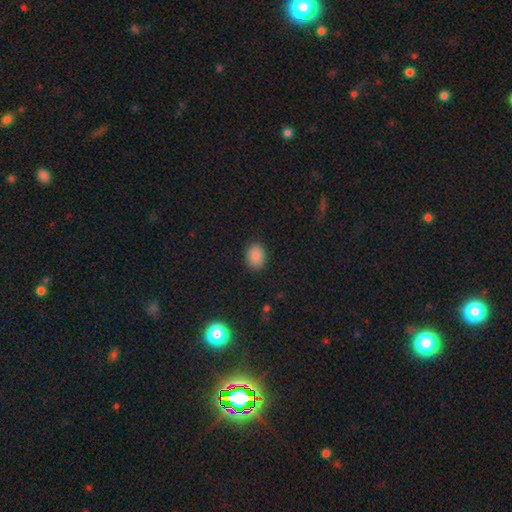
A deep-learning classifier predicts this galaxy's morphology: Smooth or featured? smooth (86%)
How rounded? in between (58%)
Merging? none (89%)